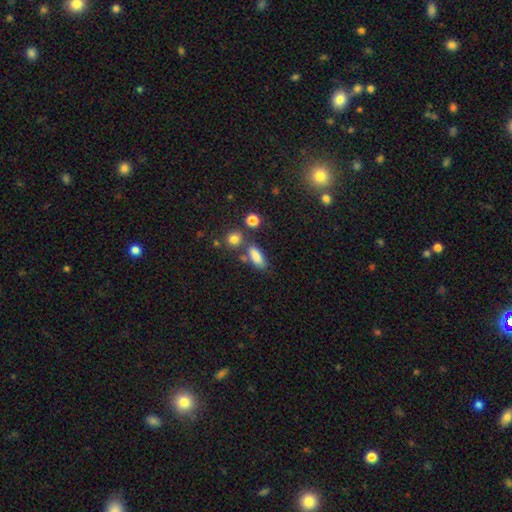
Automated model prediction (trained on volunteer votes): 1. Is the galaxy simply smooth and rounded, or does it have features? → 83% smooth, 10% star or artifact, 8% featured or disk.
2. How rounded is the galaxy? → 74% in between, 21% cigar-shaped, 6% round.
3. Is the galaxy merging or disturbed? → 62% none, 17% minor disturbance, 15% merger, 6% major disturbance.